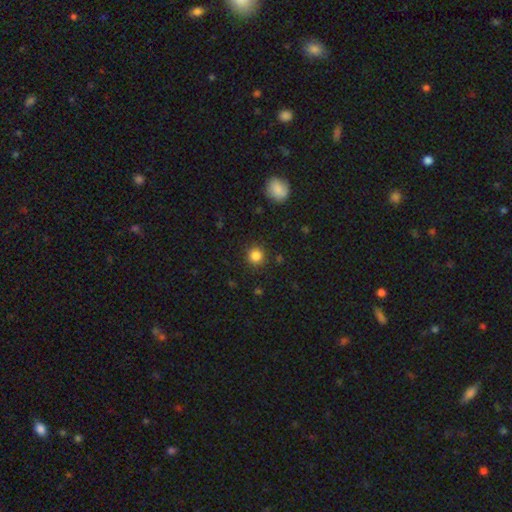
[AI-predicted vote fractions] Morphology: type=smooth (85%); roundness=round (93%); merging=none (90%).